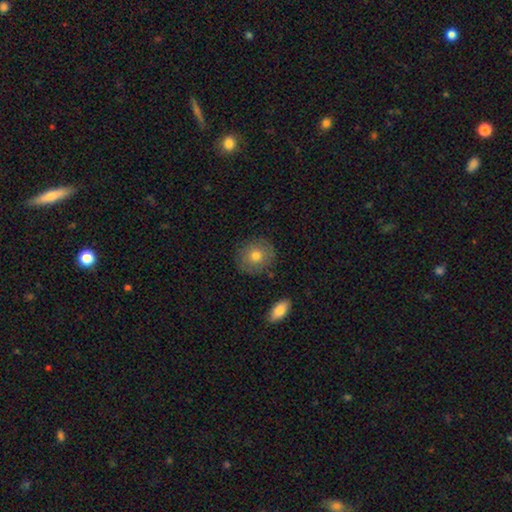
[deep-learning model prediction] Morphology: type=smooth (74%); roundness=round (84%); merging=none (84%).